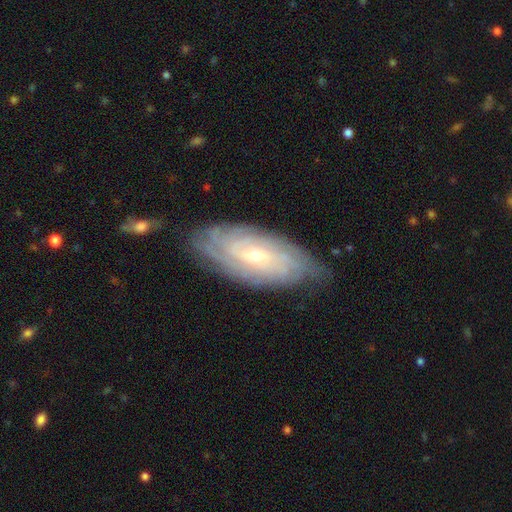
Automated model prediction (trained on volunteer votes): Morphology: type=featured or disk (80%); edge-on=no (90%); bar=no (58%); spiral arms=yes (94%); winding=tight (79%); arm count=can't tell (47%); bulge=small (71%); merging=none (78%).